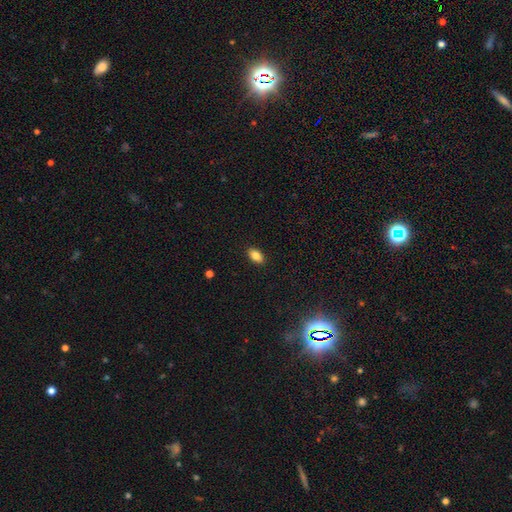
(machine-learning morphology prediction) Smooth or featured: smooth — 85% (star or artifact — 9%)
How rounded: in between — 91% (round — 6%)
Merging: none — 89% (minor disturbance — 8%)